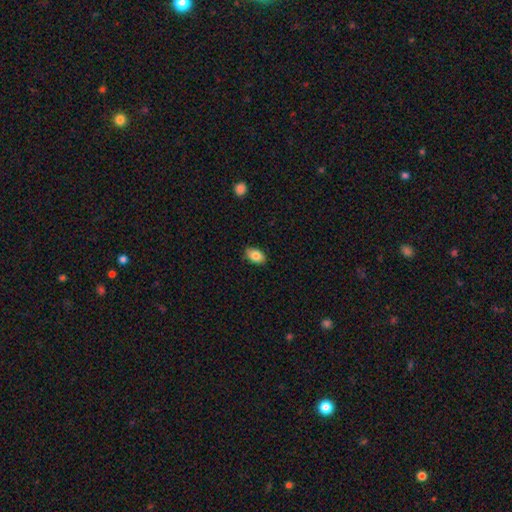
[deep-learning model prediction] Overall: smooth (83%). How rounded: in between (89%). Merging: none (87%).